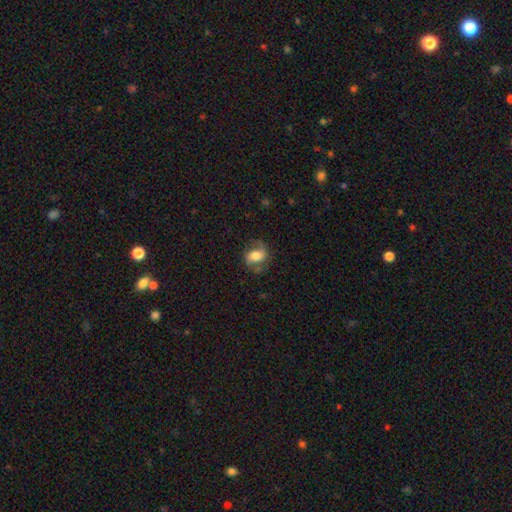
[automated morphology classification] This is possibly a featured or disk galaxy (53%). It is clearly not viewed edge-on (96%). Bar: marginally no (39%). Spiral arm pattern: clearly yes (85%). Central bulge: possibly moderate (49%). Merging: likely none (64%).